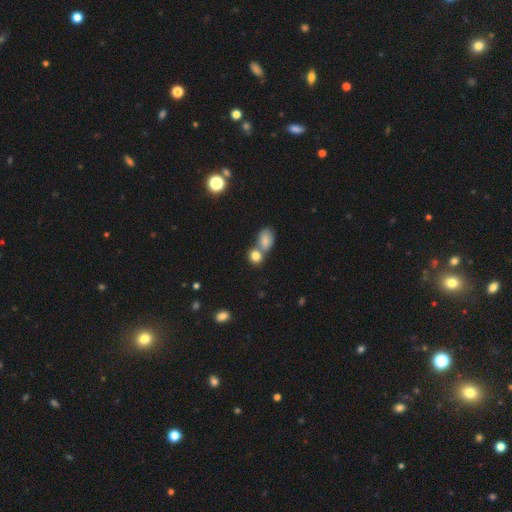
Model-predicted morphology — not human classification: A smooth galaxy with no disk features (81%) that is round (63%). Merging: merger (51%).